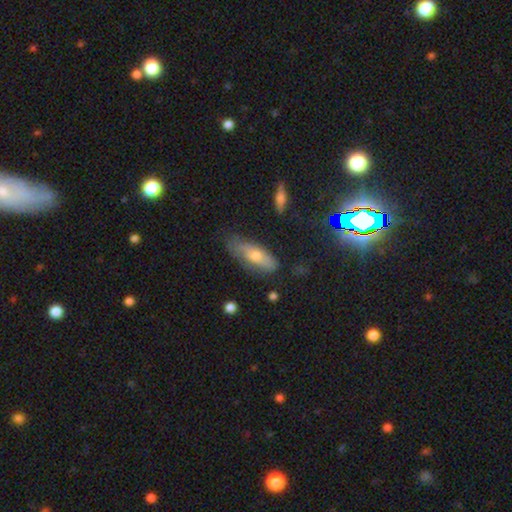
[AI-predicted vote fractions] A smooth galaxy with no disk features (60%) that is in between round and cigar-shaped (68%).

Vote fractions:
- Smooth or featured? smooth: 60% / featured or disk: 30% / star or artifact: 10%
- How rounded? in between: 68% / cigar-shaped: 29% / round: 3%
- Merging? none: 59% / minor disturbance: 30% / major disturbance: 8% / merger: 3%